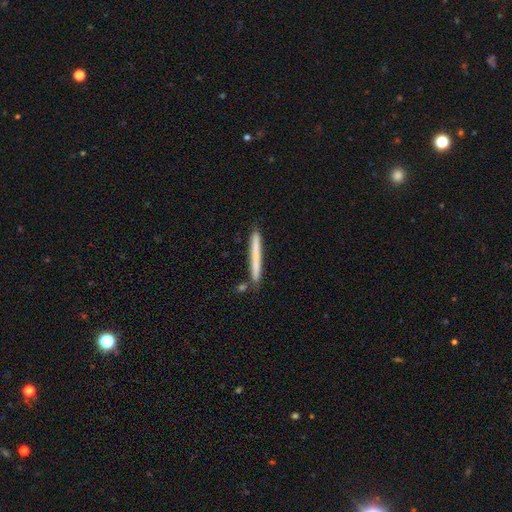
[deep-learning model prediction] Smooth or featured?
  - smooth: 62% *
  - featured or disk: 32%
  - star or artifact: 6%
How rounded?
  - cigar-shaped: 97% *
  - in between: 2%
  - round: 1%
Merging?
  - none: 84% *
  - minor disturbance: 10%
  - merger: 5%
  - major disturbance: 2%